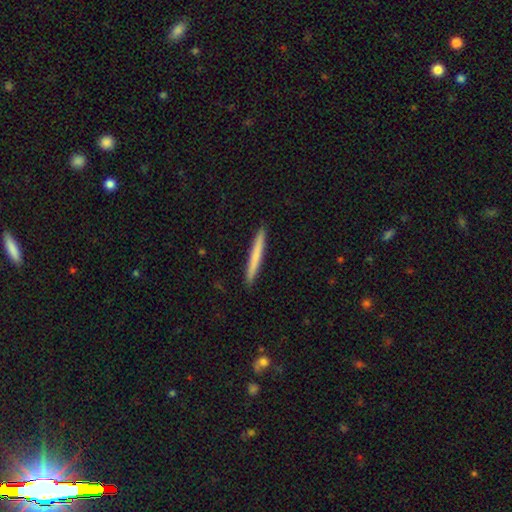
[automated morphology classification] A smooth galaxy with no disk features (69%) that is cigar-shaped (97%). Merging: none (93%).